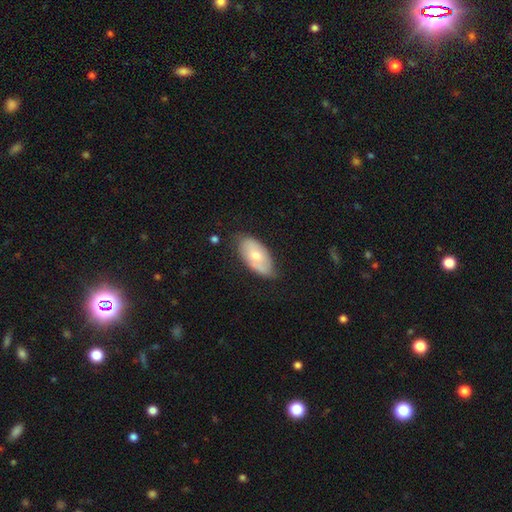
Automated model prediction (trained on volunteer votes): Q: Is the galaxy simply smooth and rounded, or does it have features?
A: smooth — 57%.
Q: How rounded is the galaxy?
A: in between — 93%.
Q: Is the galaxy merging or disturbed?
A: none — 67%.